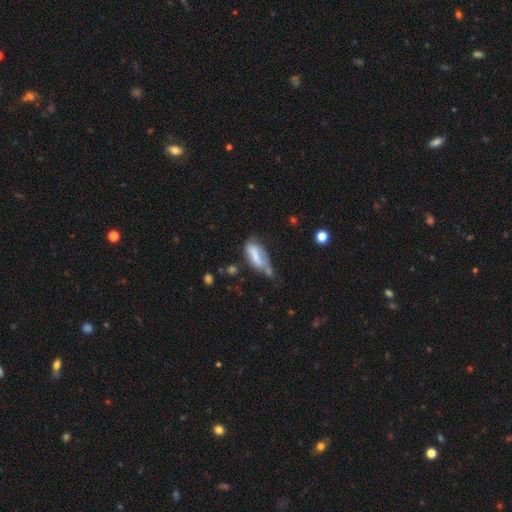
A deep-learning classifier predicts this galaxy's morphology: Overall: smooth (60%; featured or disk 32%). How rounded: in between (77%). Merging: minor disturbance (35%; none 27%).